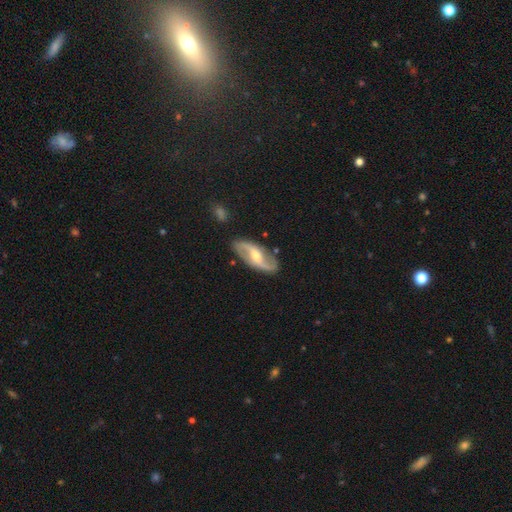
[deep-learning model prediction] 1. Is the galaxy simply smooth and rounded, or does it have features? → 85% featured or disk, 11% smooth, 4% star or artifact.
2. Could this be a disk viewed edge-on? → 94% no, 6% yes.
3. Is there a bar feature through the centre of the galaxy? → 39% weak, 32% strong, 30% no.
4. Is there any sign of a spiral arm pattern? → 94% yes, 6% no.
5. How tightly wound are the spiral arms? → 54% loose, 34% medium, 12% tight.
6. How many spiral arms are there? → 93% 2, 3% can't tell, 2% 1, 1% 3, 1% 4, 1% more than 4.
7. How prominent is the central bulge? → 55% moderate, 40% small, 3% large, 1% none, 1% dominant.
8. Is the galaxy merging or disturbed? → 84% none, 11% minor disturbance, 3% major disturbance, 2% merger.